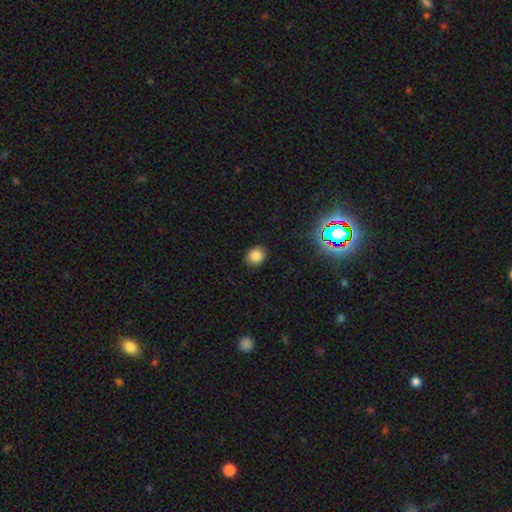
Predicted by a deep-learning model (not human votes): Morphology: type=smooth (83%); roundness=round (62%); merging=none (85%).